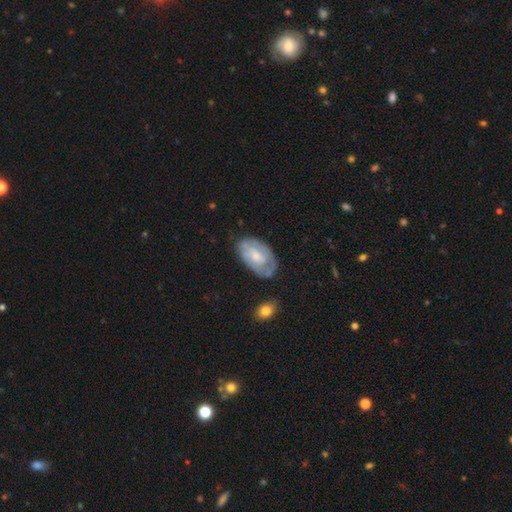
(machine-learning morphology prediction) featured or disk 59%, smooth 35%, star or artifact 6%. Down the decision tree: edge-on disk — no (95%); bar — no (64%); spiral arms — yes (71%); bulge size — small (46%); merging — none (64%).